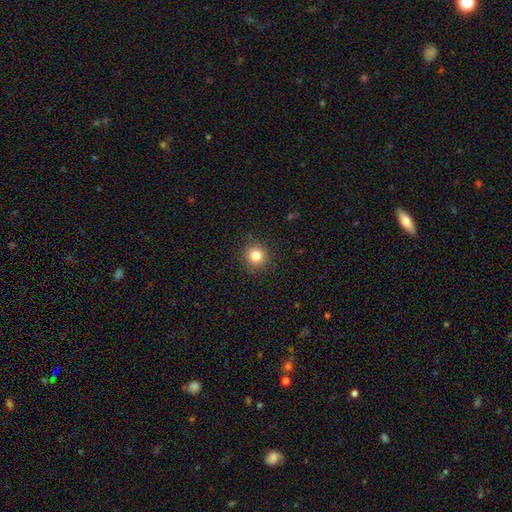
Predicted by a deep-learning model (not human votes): Smooth or featured?
  - smooth: 83% *
  - star or artifact: 12%
  - featured or disk: 6%
How rounded?
  - round: 94% *
  - in between: 5%
  - cigar-shaped: 1%
Merging?
  - none: 90% *
  - minor disturbance: 6%
  - major disturbance: 2%
  - merger: 1%